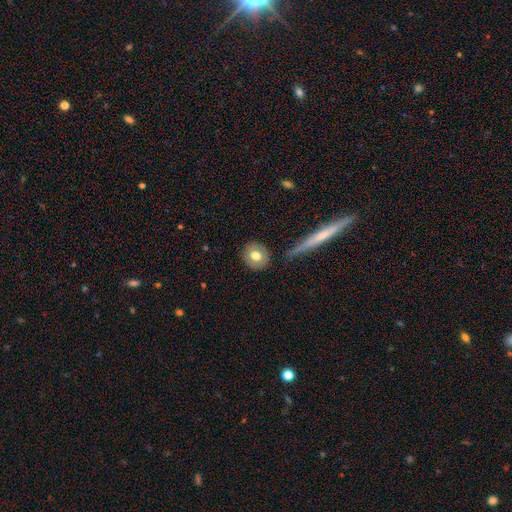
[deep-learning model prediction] Overall: smooth (74%). How rounded: round (86%). Merging: none (87%).